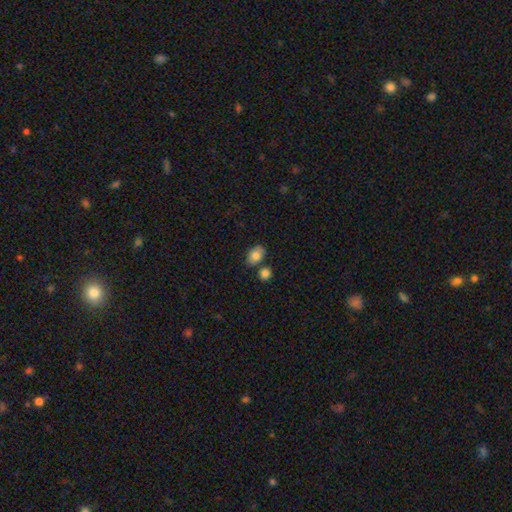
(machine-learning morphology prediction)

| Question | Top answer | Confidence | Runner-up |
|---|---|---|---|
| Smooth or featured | smooth | 81% | featured or disk (11%) |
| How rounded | in between | 81% | round (17%) |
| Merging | none | 70% | merger (14%) |